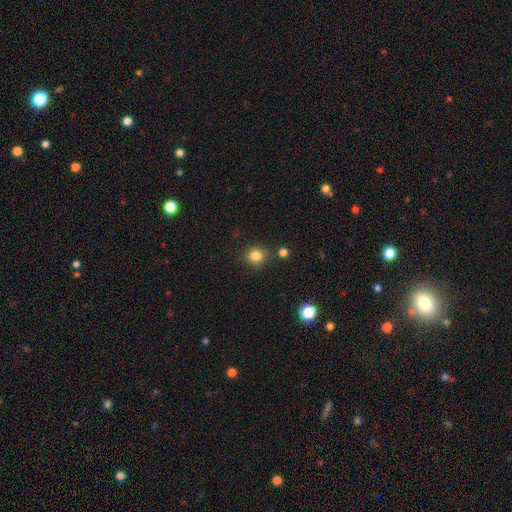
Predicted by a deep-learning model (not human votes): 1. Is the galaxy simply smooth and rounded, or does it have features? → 83% smooth, 12% star or artifact, 5% featured or disk.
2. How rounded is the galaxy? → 85% round, 14% in between, 1% cigar-shaped.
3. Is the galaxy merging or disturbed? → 80% none, 11% minor disturbance, 6% merger, 3% major disturbance.